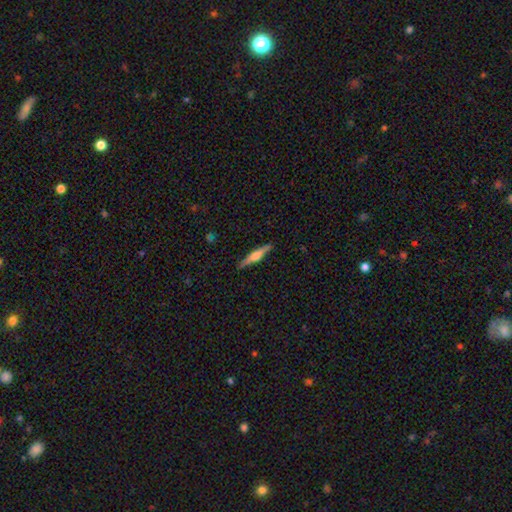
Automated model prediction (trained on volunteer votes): A featured or disk galaxy (63%) viewed edge-on (98%) with a rounded central bulge (86%).

Vote fractions:
- Smooth or featured? featured or disk: 63% / smooth: 32% / star or artifact: 6%
- Edge-on disk? yes: 98% / no: 2%
- Edge-on bulge? rounded: 86% / boxy: 9% / none: 5%
- Merging? none: 91% / minor disturbance: 7% / major disturbance: 1% / merger: 1%